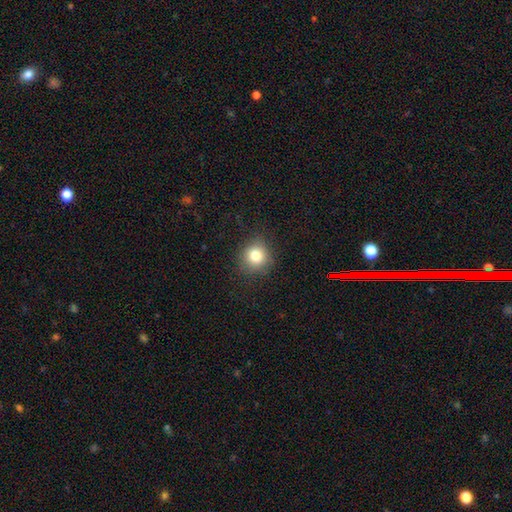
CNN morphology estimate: This appears to be a smooth galaxy with no disk features (80%) that is round (89%). Merging: none (86%).